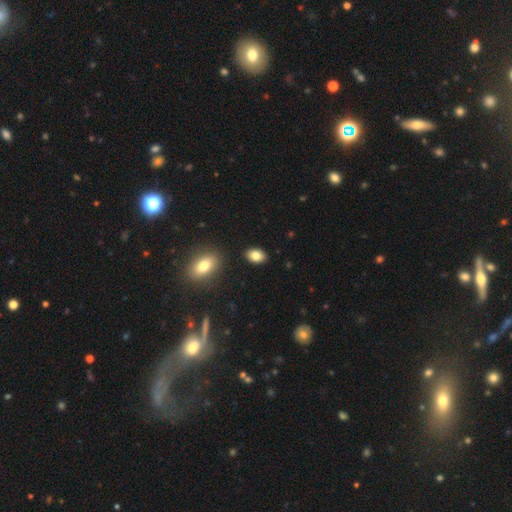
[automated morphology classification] Smooth or featured: smooth — 84% (star or artifact — 8%)
How rounded: in between — 87% (round — 12%)
Merging: none — 89% (minor disturbance — 7%)